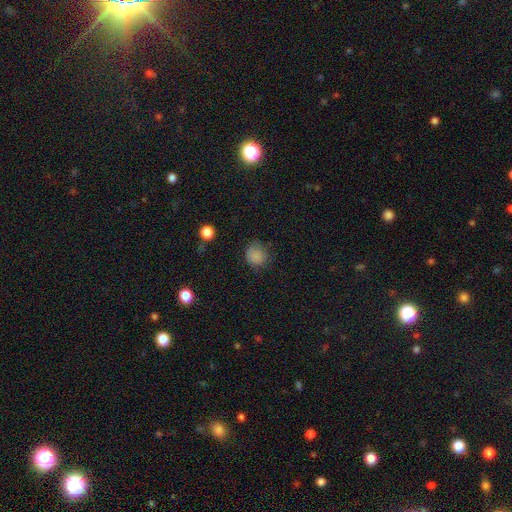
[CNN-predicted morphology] smooth-or-featured: smooth: 83% | star or artifact: 12% | featured or disk: 5%
  how-rounded: round: 83% | in between: 16% | cigar-shaped: 1%
  merging: none: 72% | minor disturbance: 21% | major disturbance: 6% | merger: 1%